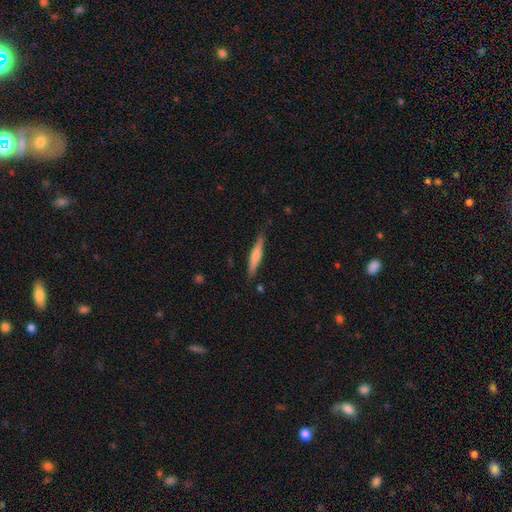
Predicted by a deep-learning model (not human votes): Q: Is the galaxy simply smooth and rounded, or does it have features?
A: smooth — 61%.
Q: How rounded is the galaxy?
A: cigar-shaped — 90%.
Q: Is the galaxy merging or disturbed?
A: none — 83%.